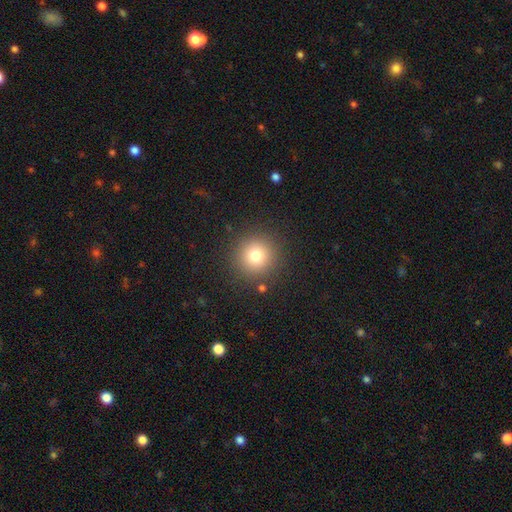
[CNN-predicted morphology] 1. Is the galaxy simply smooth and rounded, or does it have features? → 77% smooth, 14% star or artifact, 9% featured or disk.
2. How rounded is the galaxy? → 95% round, 4% in between, 1% cigar-shaped.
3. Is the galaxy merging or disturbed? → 88% none, 7% minor disturbance, 3% major disturbance, 2% merger.